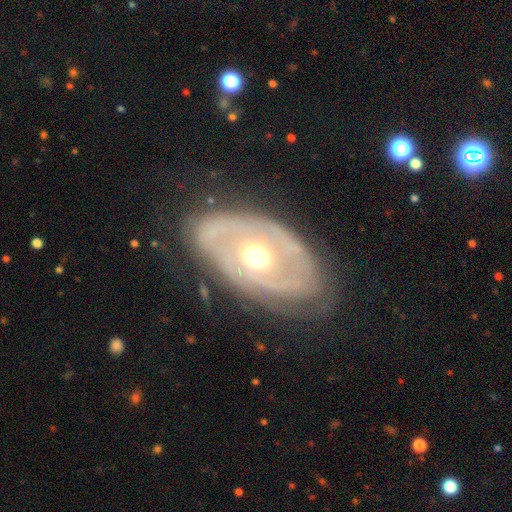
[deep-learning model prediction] The model was most divided on "spiral arms": yes: 53%, no: 47%. More confident: edge-on disk — no (92%); bar — no (81%); smooth or featured — featured or disk (79%); merging — none (76%); bulge size — moderate (72%).